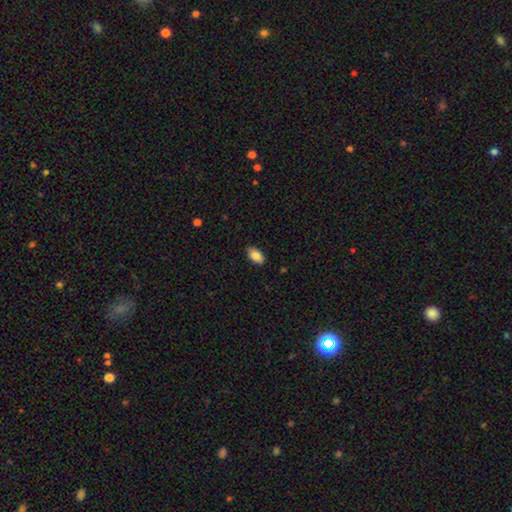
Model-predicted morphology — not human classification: smooth 86%, star or artifact 7%, featured or disk 7%. Down the decision tree: how rounded — in between (92%); merging — none (88%).